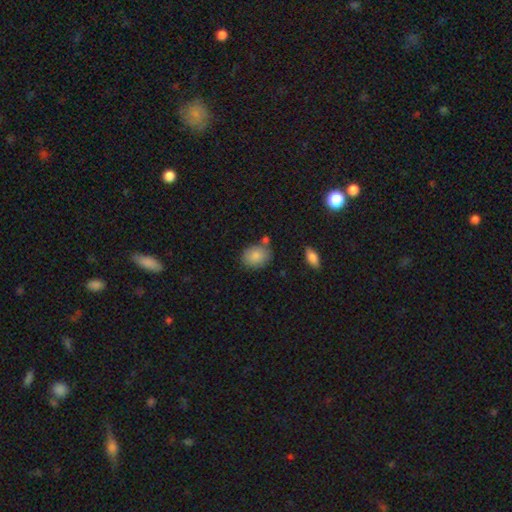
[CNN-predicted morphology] This is clearly a smooth galaxy (85%). How rounded: likely in between (63%). Merging: likely none (73%).